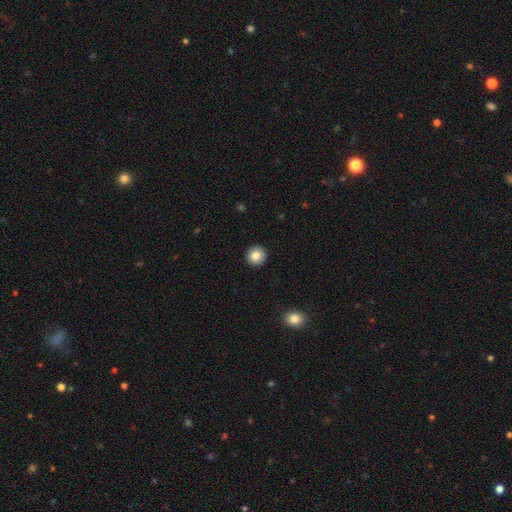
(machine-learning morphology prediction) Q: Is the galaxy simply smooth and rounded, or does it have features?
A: smooth — 83%.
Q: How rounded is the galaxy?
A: round — 92%.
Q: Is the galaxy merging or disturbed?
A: none — 93%.